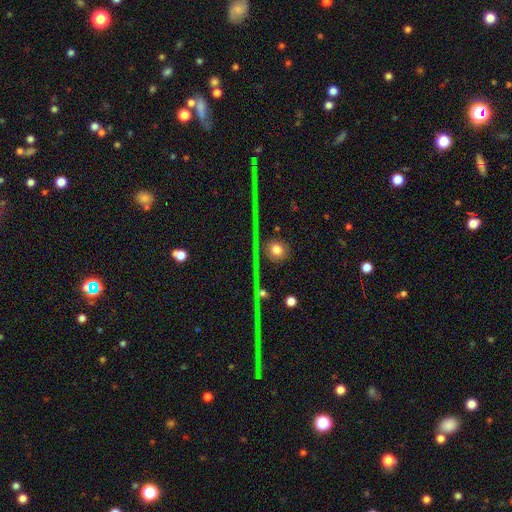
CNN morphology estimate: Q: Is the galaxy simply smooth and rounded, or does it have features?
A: star or artifact — 74%.